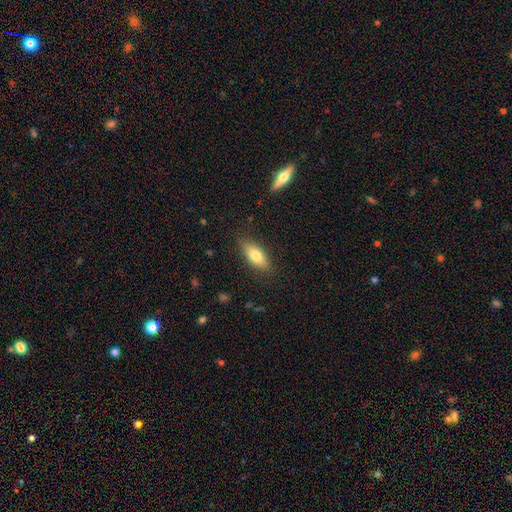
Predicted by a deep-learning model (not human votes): This is likely a smooth galaxy (72%). How rounded: likely in between (76%). Merging: clearly none (85%).